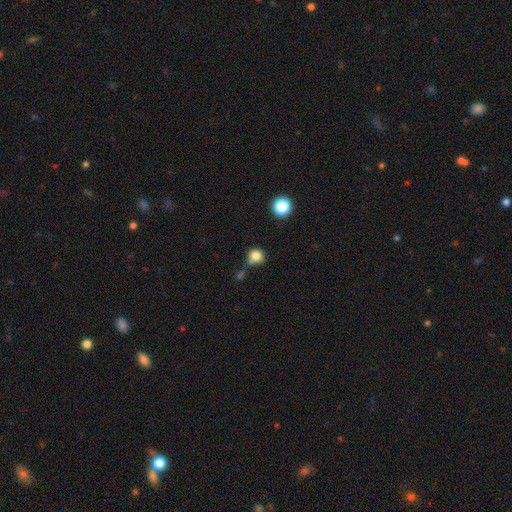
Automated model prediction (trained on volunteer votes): The model was most divided on "merging": none: 53%, minor disturbance: 20%, merger: 18%, major disturbance: 9%. More confident: how rounded — round (87%); smooth or featured — smooth (81%).